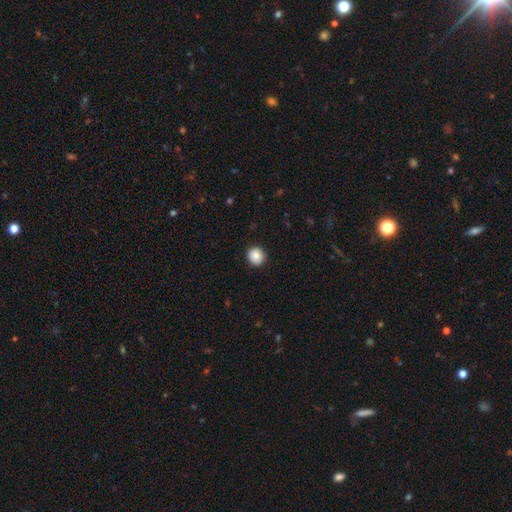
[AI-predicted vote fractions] smooth-or-featured: smooth: 88% | star or artifact: 8% | featured or disk: 4%
  how-rounded: round: 91% | in between: 8% | cigar-shaped: 1%
  merging: none: 91% | minor disturbance: 6% | major disturbance: 2% | merger: 1%